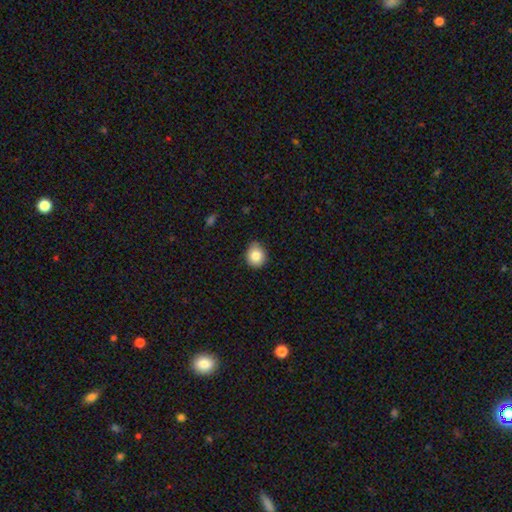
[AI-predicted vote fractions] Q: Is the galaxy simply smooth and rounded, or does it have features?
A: smooth — 84%.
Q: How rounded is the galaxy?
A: round — 77%.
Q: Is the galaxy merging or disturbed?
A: none — 79%.